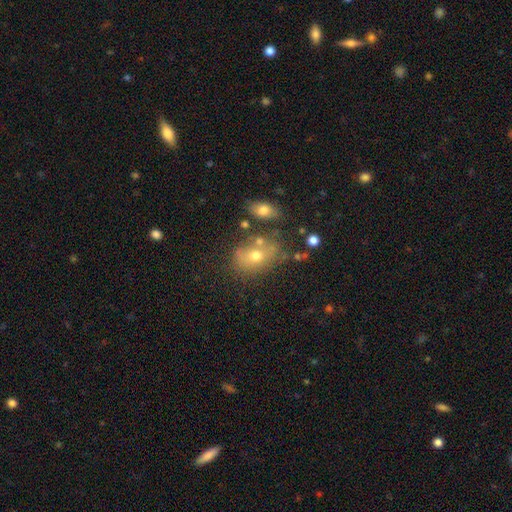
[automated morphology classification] This is likely a smooth galaxy (63%). How rounded: likely in between (66%). Merging: possibly none (52%).